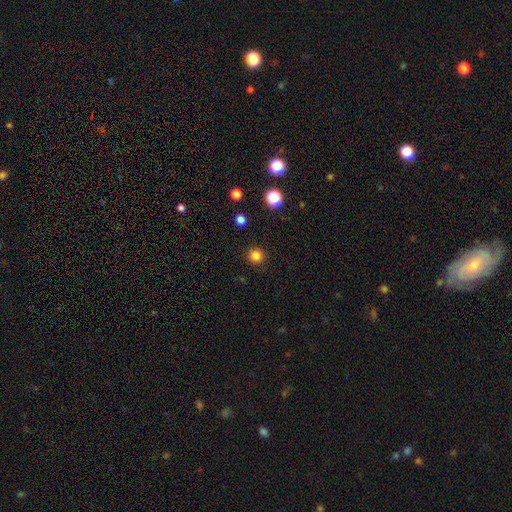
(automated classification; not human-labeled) smooth_or_featured: smooth (p=0.83) [alt: star or artifact p=0.13]
how_rounded: round (p=0.93) [alt: in between p=0.06]
merging: none (p=0.92) [alt: minor disturbance p=0.05]